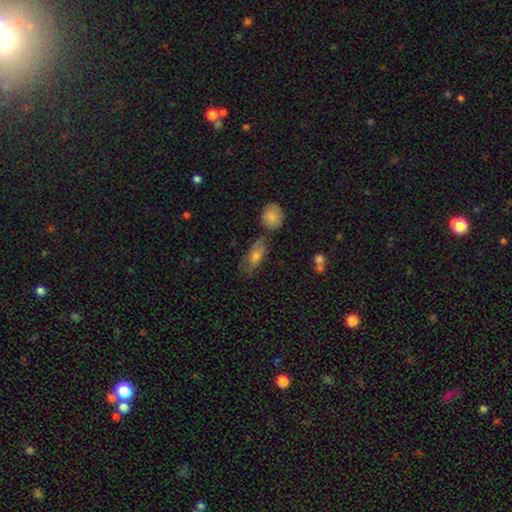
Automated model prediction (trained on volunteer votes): smooth_or_featured: smooth (p=0.68) [alt: featured or disk p=0.23]
how_rounded: in between (p=0.79) [alt: cigar-shaped p=0.15]
merging: none (p=0.59) [alt: minor disturbance p=0.22]